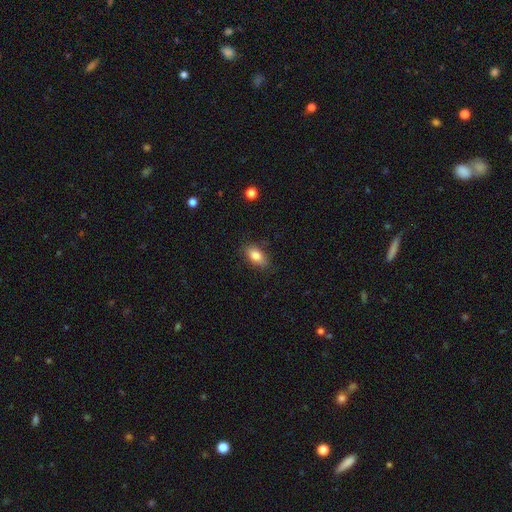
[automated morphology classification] type=smooth (83%); roundness=in between (90%); merging=none (84%).